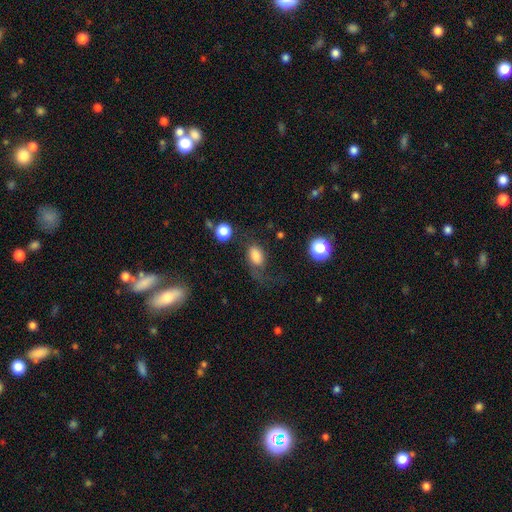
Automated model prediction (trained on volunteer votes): Q: Smooth or featured?
A: smooth (73%); runner-up: featured or disk (18%)
Q: How rounded?
A: in between (82%); runner-up: round (16%)
Q: Merging?
A: major disturbance (37%); tied with: none (37%)